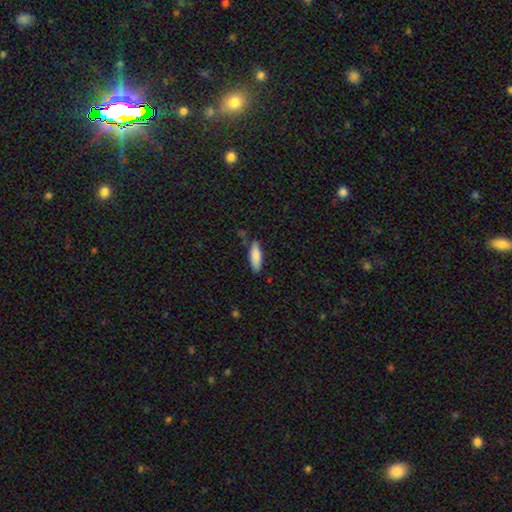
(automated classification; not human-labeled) A smooth galaxy with no disk features (86%) that is in between round and cigar-shaped (49%, tied with cigar-shaped). Merging: none (78%).